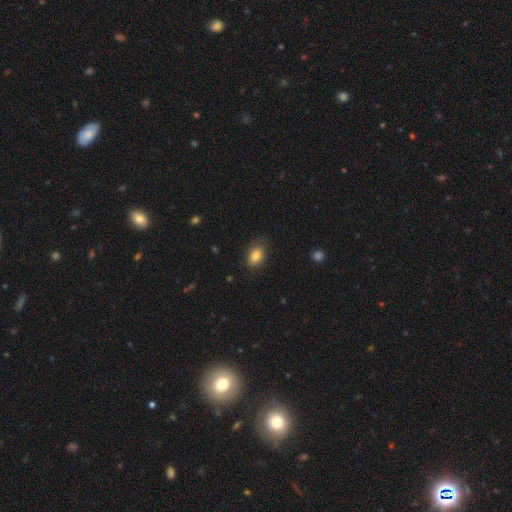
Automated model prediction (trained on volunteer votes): Overall: smooth (84%). How rounded: in between (83%). Merging: none (78%).